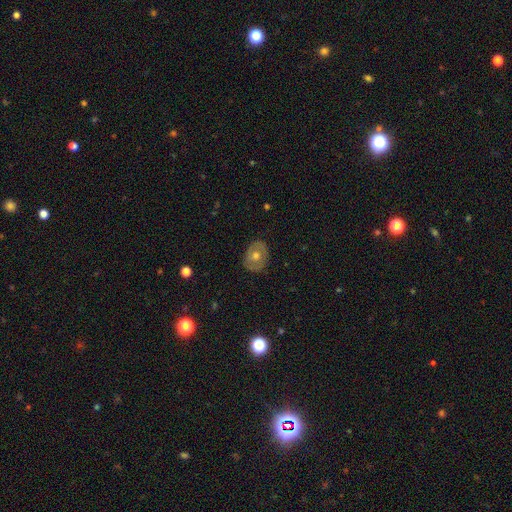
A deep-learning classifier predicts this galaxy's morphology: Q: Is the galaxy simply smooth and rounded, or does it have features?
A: featured or disk — 48%.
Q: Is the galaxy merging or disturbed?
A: none — 84%.